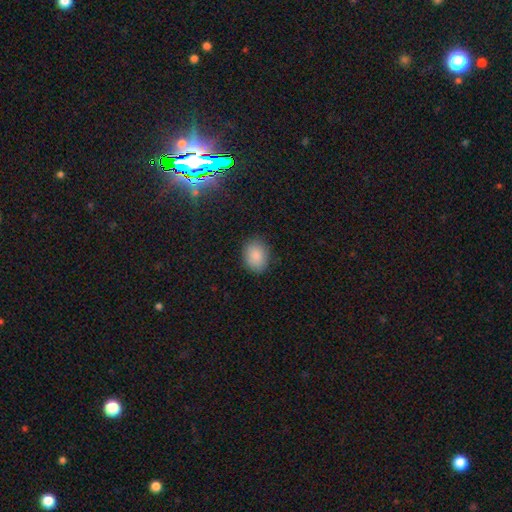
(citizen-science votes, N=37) This appears to be a smooth galaxy with no disk features (95%) that is in between round and cigar-shaped (77%). Merging: none (86%).